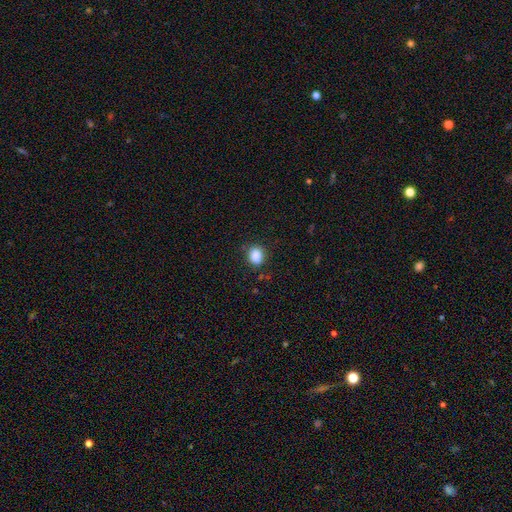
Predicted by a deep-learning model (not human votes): smooth_or_featured: smooth (p=0.85) [alt: star or artifact p=0.10]
how_rounded: round (p=0.53) [alt: in between p=0.46]
merging: none (p=0.79) [alt: minor disturbance p=0.16]